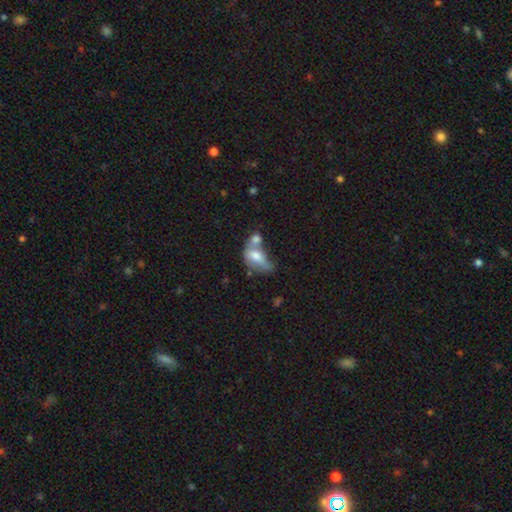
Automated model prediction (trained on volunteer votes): smooth 64%, featured or disk 27%, star or artifact 8%. Down the decision tree: how rounded — in between (84%); merging — merger (57%).